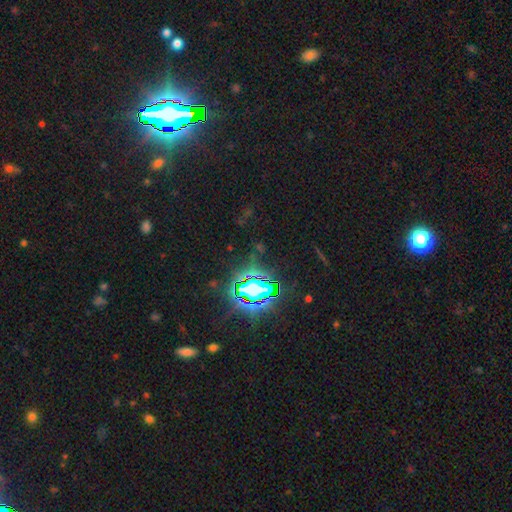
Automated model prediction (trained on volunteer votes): Smooth or featured? Predicted: star or artifact (p=0.82).